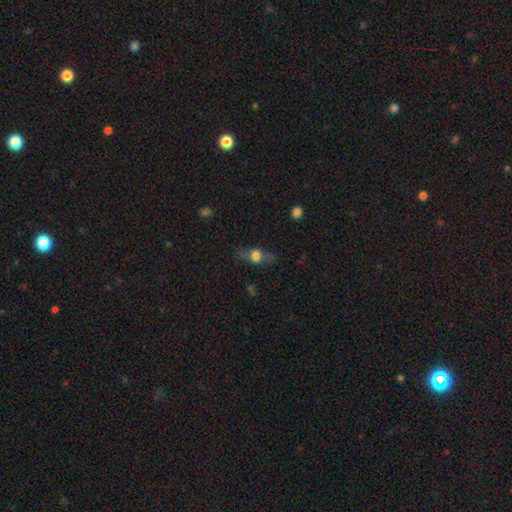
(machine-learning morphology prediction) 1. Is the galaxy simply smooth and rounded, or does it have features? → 54% smooth, 36% featured or disk, 10% star or artifact.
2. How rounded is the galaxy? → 57% in between, 26% cigar-shaped, 17% round.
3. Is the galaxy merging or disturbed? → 79% none, 14% minor disturbance, 5% major disturbance, 2% merger.